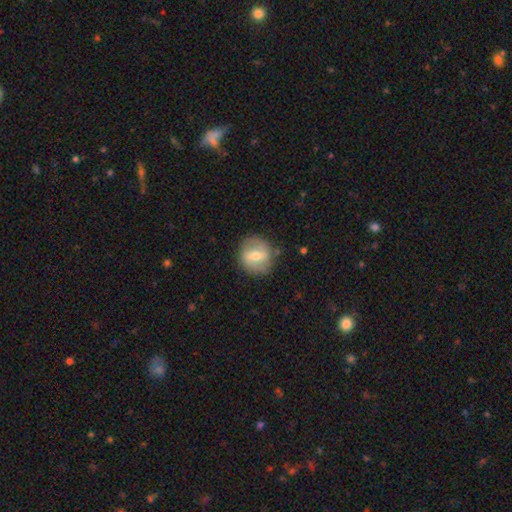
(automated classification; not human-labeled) smooth_or_featured: featured or disk (p=0.48) [alt: smooth p=0.45]
merging: none (p=0.82) [alt: minor disturbance p=0.12]